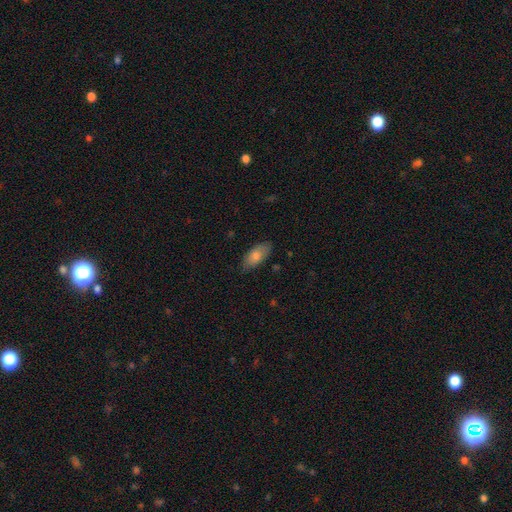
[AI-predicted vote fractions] Q: Smooth or featured?
A: smooth (76%); runner-up: featured or disk (17%)
Q: How rounded?
A: in between (86%); runner-up: cigar-shaped (11%)
Q: Merging?
A: none (82%); runner-up: minor disturbance (15%)